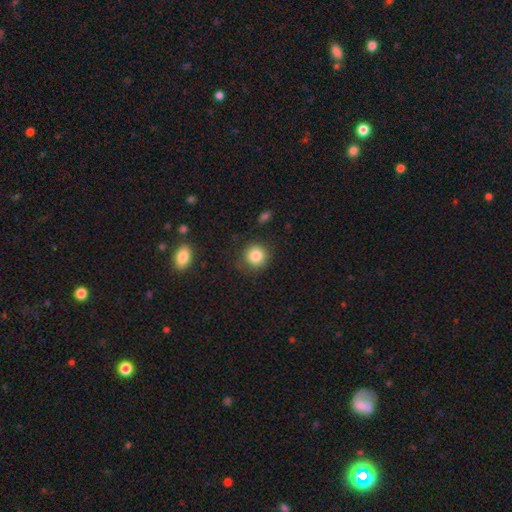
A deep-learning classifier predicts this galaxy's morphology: Overall: smooth (84%). How rounded: round (92%). Merging: none (85%).